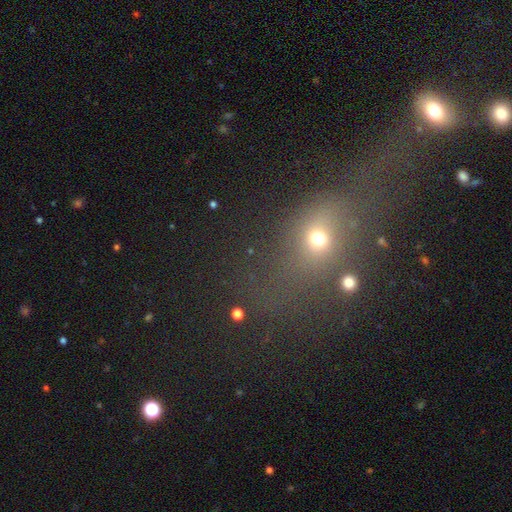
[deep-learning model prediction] Smooth or featured? smooth (44%)
Merging? none (36%)